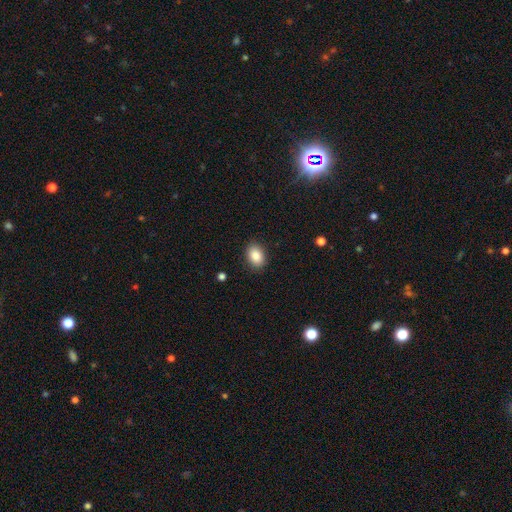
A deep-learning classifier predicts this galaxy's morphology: This is clearly a smooth galaxy (87%). How rounded: likely in between (78%). Merging: clearly none (87%).